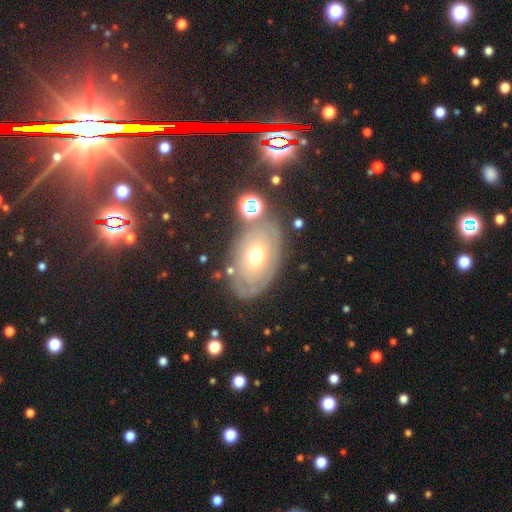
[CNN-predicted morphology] type=featured or disk (55%); edge-on=no (92%); bar=no (87%); spiral arms=no (57%); bulge=moderate (70%); merging=none (71%).